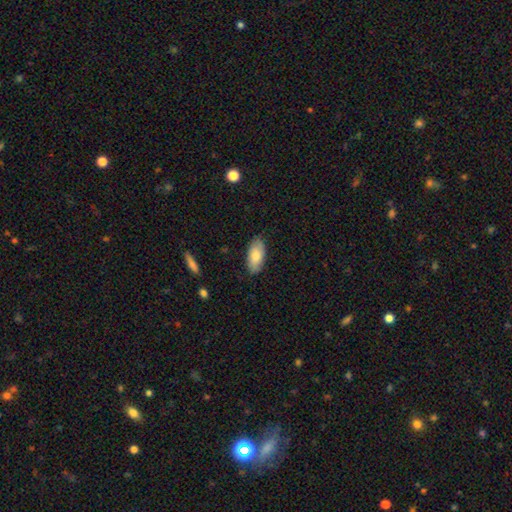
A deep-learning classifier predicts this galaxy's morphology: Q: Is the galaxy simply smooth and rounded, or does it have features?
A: smooth — 81%.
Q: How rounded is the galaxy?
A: in between — 91%.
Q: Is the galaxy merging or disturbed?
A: none — 85%.